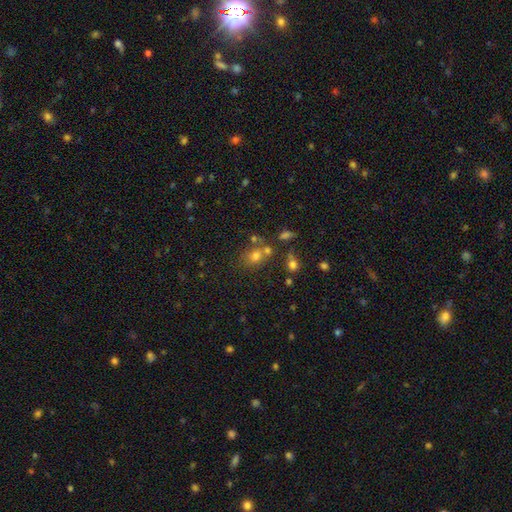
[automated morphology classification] A smooth galaxy with no disk features (66%) that is round (63%). Merging: none (55%).